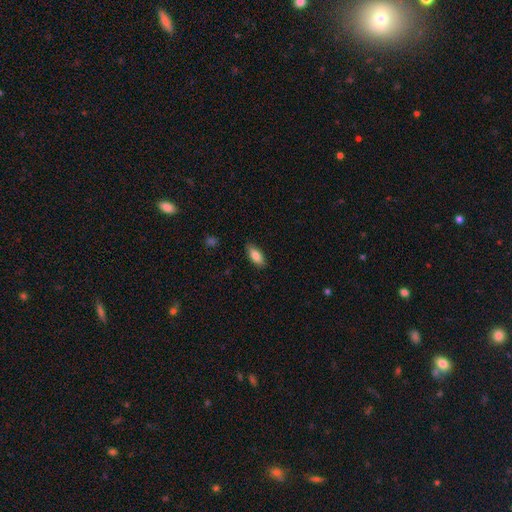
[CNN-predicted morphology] A smooth galaxy with no disk features (84%) that is in between round and cigar-shaped (83%).

Vote fractions:
- Smooth or featured? smooth: 84% / featured or disk: 10% / star or artifact: 7%
- How rounded? in between: 83% / cigar-shaped: 15% / round: 2%
- Merging? none: 83% / minor disturbance: 13% / major disturbance: 2% / merger: 1%